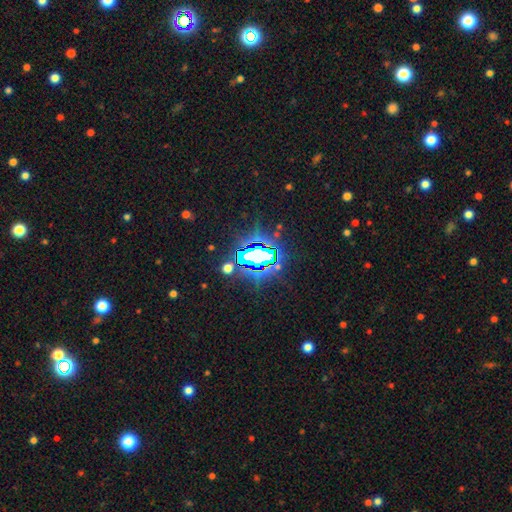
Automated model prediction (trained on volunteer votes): A star or artifact, not a galaxy (76%).